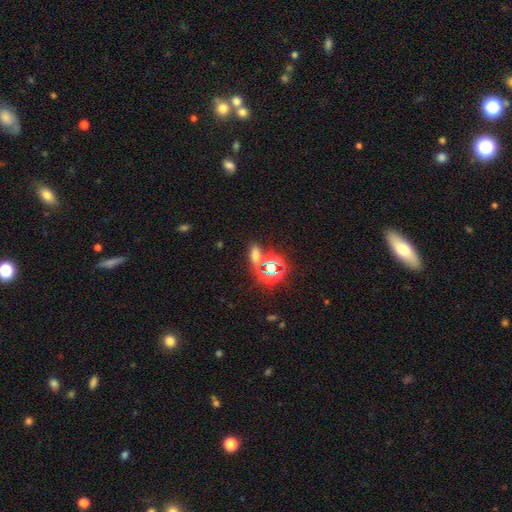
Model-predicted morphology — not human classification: This appears to be a smooth galaxy with no disk features (46%). Merging: none (67%).